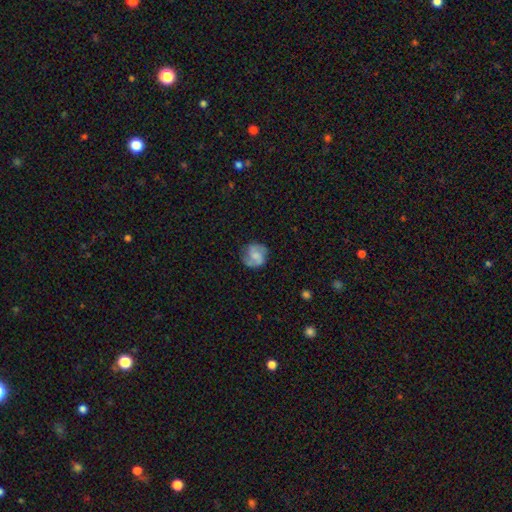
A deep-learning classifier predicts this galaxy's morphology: Smooth or featured? featured or disk (55%)
Edge-on disk? no (97%)
Bar? no (49%)
Spiral arms? yes (87%)
Bulge size? small (33%)
Merging? none (72%)